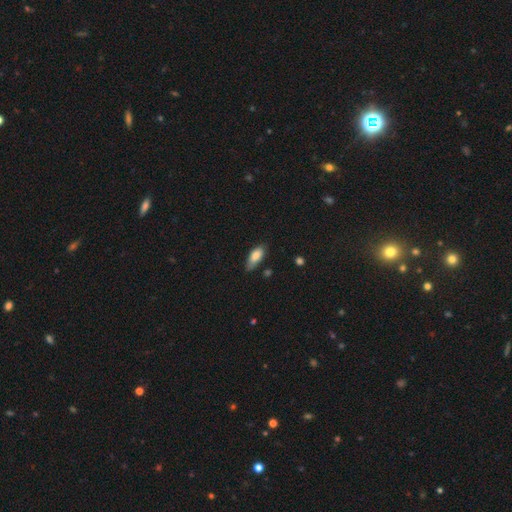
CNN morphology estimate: Smooth or featured? smooth (81%)
How rounded? in between (81%)
Merging? none (65%)